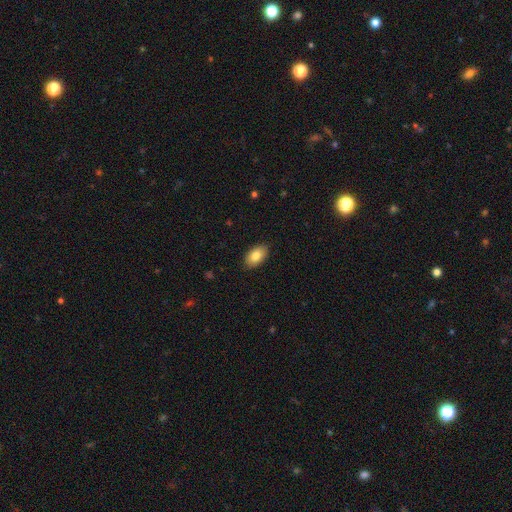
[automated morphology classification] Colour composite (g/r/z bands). It shows a smooth galaxy with no disk features (84%) that is in between round and cigar-shaped (93%). Merging: none (88%).